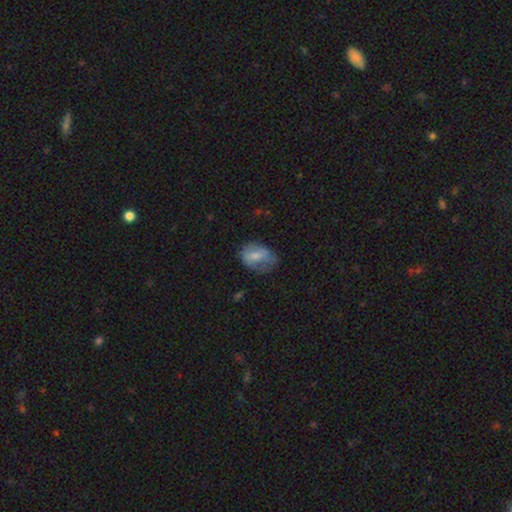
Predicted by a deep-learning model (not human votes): Q: Smooth or featured?
A: smooth (61%); runner-up: featured or disk (31%)
Q: How rounded?
A: in between (74%); runner-up: round (25%)
Q: Merging?
A: none (47%); runner-up: minor disturbance (31%)